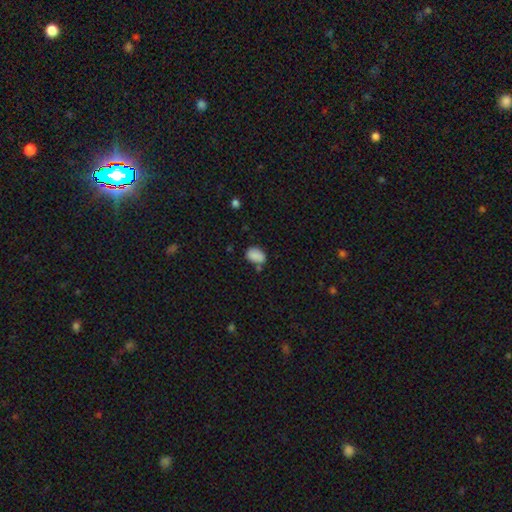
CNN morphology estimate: smooth_or_featured: smooth (p=0.87) [alt: star or artifact p=0.09]
how_rounded: in between (p=0.84) [alt: round p=0.15]
merging: none (p=0.63) [alt: minor disturbance p=0.21]